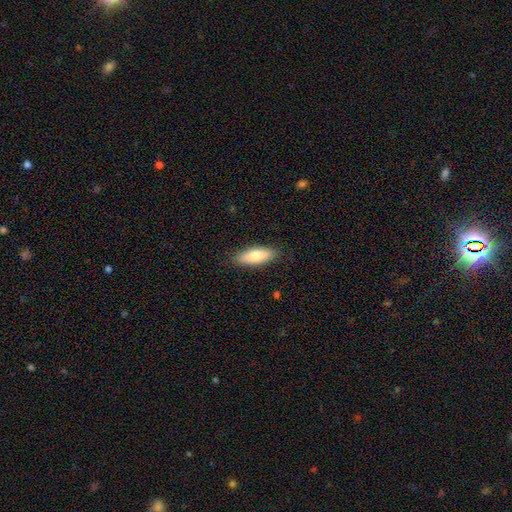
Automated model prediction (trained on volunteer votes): Smooth or featured? smooth (77%)
How rounded? in between (59%)
Merging? none (87%)